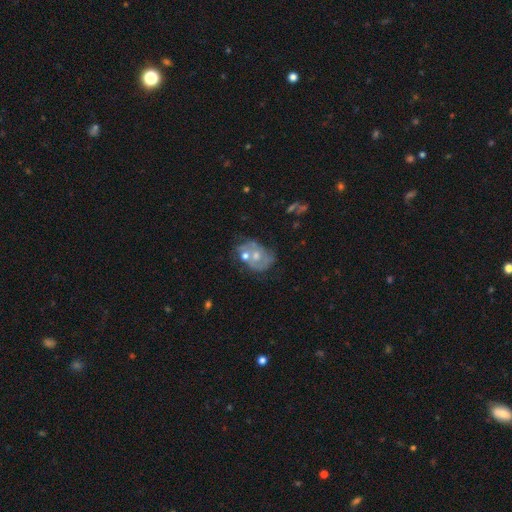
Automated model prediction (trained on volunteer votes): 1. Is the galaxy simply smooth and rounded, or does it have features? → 62% featured or disk, 29% smooth, 9% star or artifact.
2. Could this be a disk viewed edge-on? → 97% no, 3% yes.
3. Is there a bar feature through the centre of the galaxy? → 83% no, 15% weak, 3% strong.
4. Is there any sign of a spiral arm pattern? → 52% yes, 48% no.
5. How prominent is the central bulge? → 65% moderate, 25% small, 5% large, 4% none, 1% dominant.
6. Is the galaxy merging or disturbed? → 36% merger, 32% none, 18% minor disturbance, 14% major disturbance.